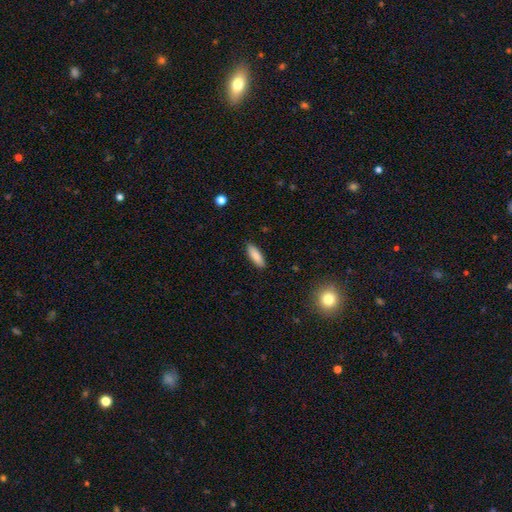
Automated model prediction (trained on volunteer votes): A smooth galaxy with no disk features (84%) that is in between round and cigar-shaped (53%). Merging: none (88%).